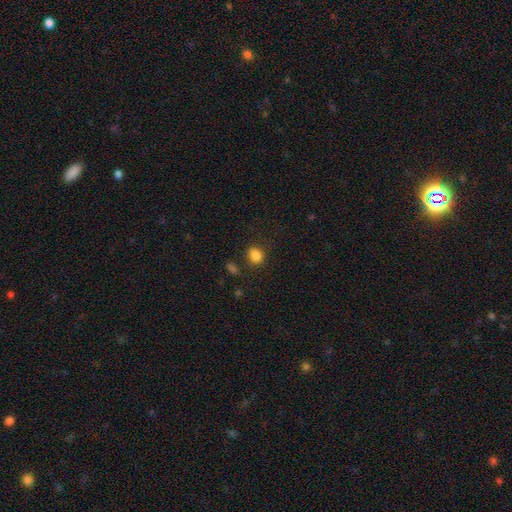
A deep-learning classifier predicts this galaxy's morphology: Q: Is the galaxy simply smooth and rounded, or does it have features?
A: smooth — 83%.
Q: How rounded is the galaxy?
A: round — 57%.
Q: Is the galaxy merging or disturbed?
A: none — 72%.